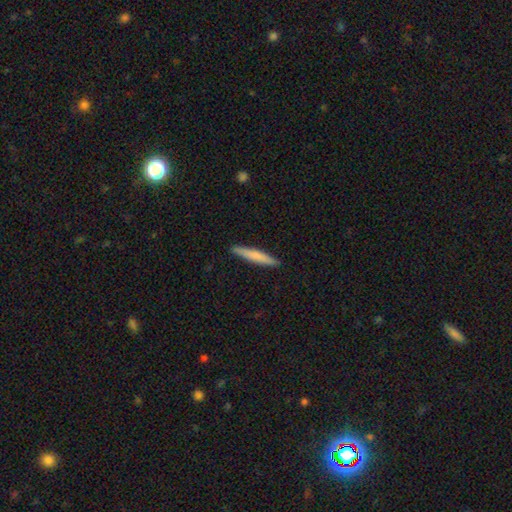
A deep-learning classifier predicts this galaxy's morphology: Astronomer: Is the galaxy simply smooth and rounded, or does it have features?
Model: smooth — 70%.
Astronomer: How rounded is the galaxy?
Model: cigar-shaped — 94%.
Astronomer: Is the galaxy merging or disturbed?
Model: none — 91%.